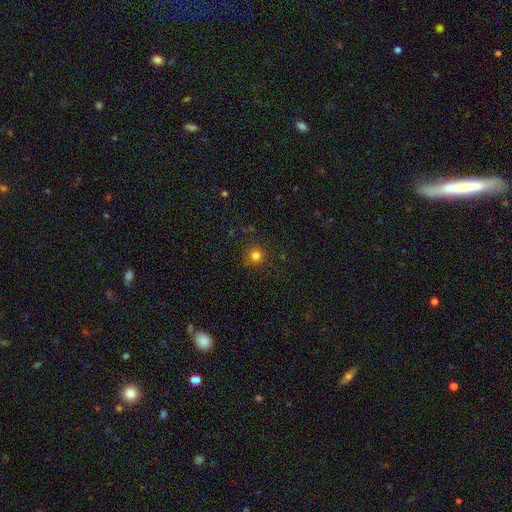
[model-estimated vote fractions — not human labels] Smooth or featured?
  - smooth: 80% *
  - star or artifact: 15%
  - featured or disk: 5%
How rounded?
  - round: 94% *
  - in between: 5%
  - cigar-shaped: 1%
Merging?
  - none: 89% *
  - minor disturbance: 8%
  - major disturbance: 3%
  - merger: 1%